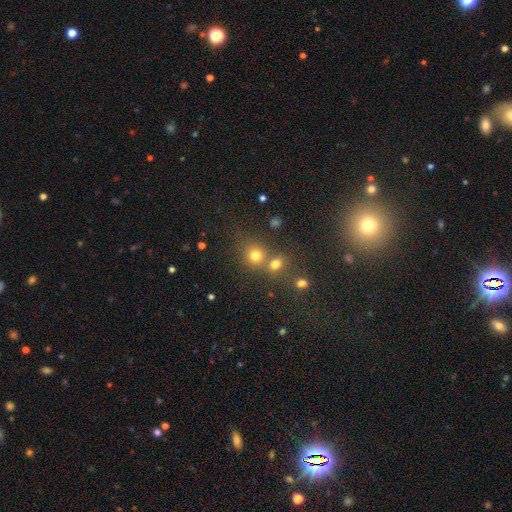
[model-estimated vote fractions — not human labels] Q: Smooth or featured?
A: smooth (74%); runner-up: star or artifact (18%)
Q: How rounded?
A: round (85%); runner-up: in between (14%)
Q: Merging?
A: none (58%); runner-up: merger (31%)